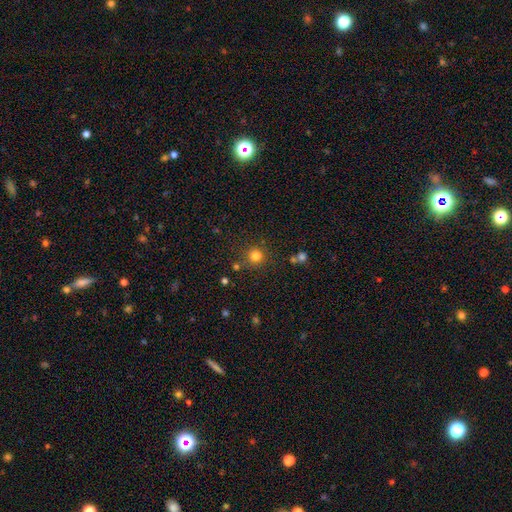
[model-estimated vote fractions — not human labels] smooth_or_featured: smooth (p=0.79) [alt: star or artifact p=0.15]
how_rounded: round (p=0.93) [alt: in between p=0.06]
merging: none (p=0.81) [alt: minor disturbance p=0.09]